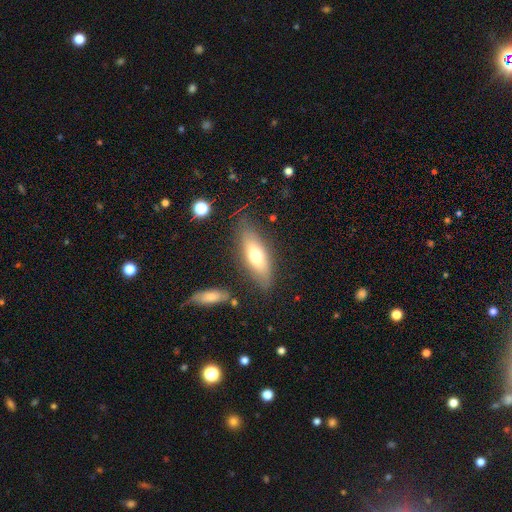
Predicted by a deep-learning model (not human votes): Smooth or featured? smooth (62%)
How rounded? in between (63%)
Merging? none (77%)